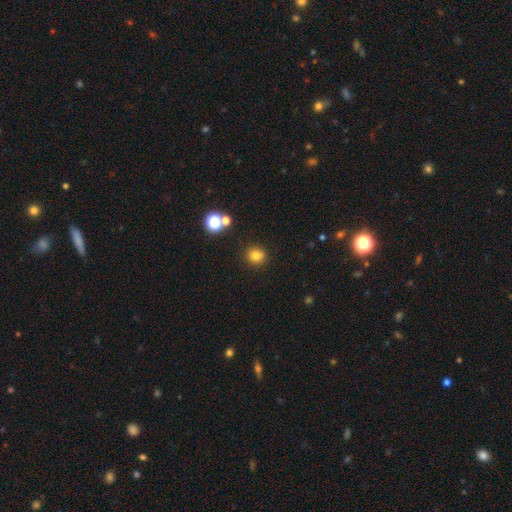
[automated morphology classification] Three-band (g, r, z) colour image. It shows a smooth galaxy with no disk features (78%) that is round (85%). Merging: none (82%).